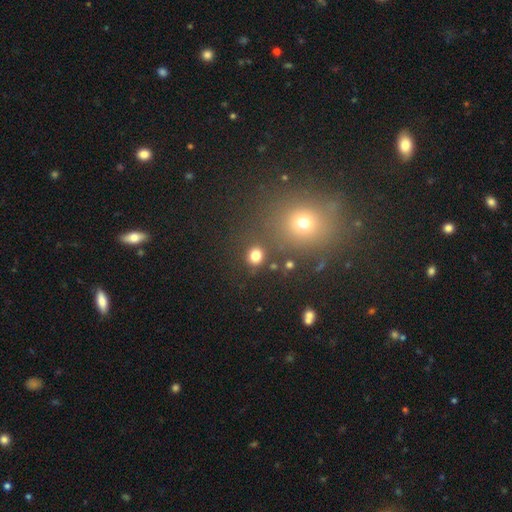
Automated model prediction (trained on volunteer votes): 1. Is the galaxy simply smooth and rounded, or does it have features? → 79% smooth, 15% star or artifact, 5% featured or disk.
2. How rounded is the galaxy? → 79% round, 20% in between, 1% cigar-shaped.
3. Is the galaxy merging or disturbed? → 83% none, 8% minor disturbance, 5% merger, 4% major disturbance.